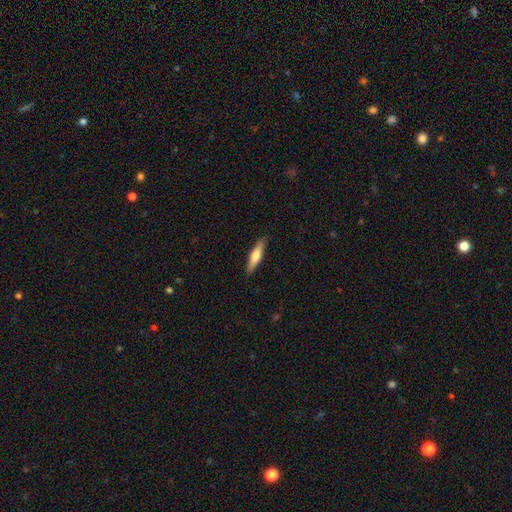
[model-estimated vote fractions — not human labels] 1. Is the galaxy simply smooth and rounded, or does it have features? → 61% smooth, 34% featured or disk, 6% star or artifact.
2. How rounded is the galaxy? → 80% cigar-shaped, 18% in between, 2% round.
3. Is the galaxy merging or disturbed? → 87% none, 10% minor disturbance, 2% major disturbance, 1% merger.